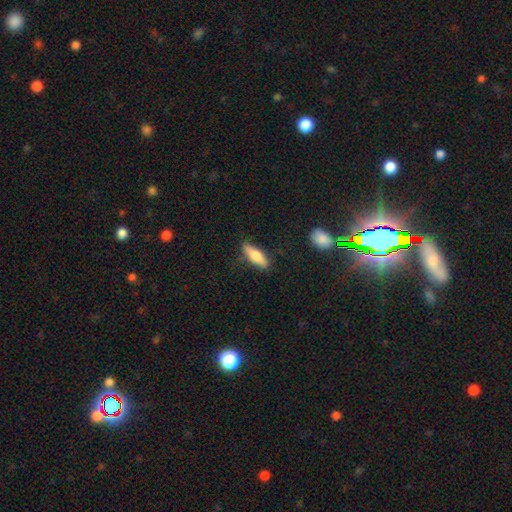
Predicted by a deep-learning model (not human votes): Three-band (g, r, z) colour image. It shows a smooth galaxy with no disk features (64%) that is cigar-shaped (55%). Merging: none (81%).